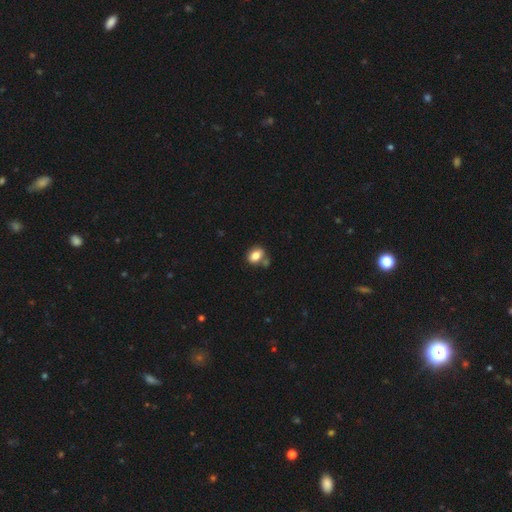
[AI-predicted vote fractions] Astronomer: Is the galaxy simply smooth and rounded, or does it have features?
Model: smooth — 83%.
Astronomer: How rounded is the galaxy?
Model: in between — 69%.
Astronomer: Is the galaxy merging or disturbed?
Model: none — 62%.